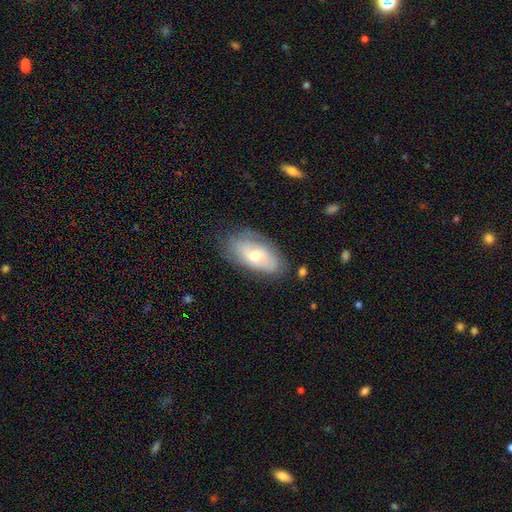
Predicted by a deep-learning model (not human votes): The model was most divided on "smooth or featured": featured or disk: 49%, smooth: 44%, star or artifact: 7%. More confident: merging — none (70%).